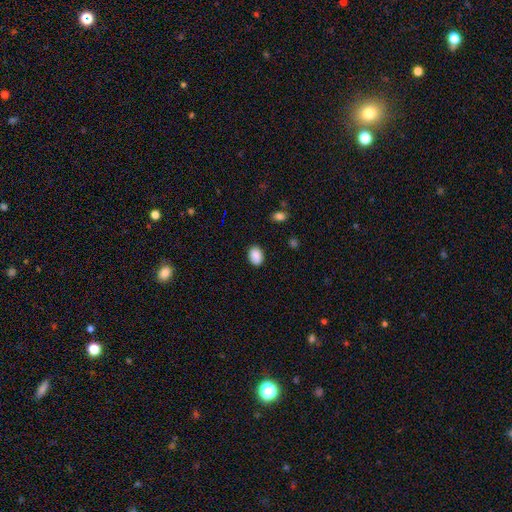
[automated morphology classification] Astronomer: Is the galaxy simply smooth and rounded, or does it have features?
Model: smooth — 89%.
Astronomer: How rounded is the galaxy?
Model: in between — 77%.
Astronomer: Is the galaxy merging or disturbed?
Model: none — 87%.